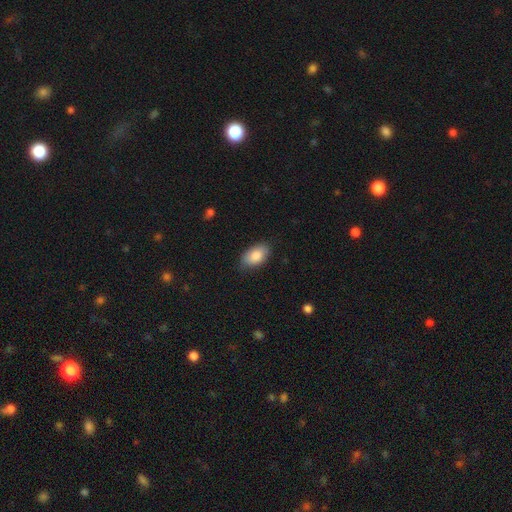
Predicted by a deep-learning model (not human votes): Smooth or featured? Predicted: smooth (p=0.85). How rounded? Predicted: in between (p=0.93). Merging? Predicted: none (p=0.79).